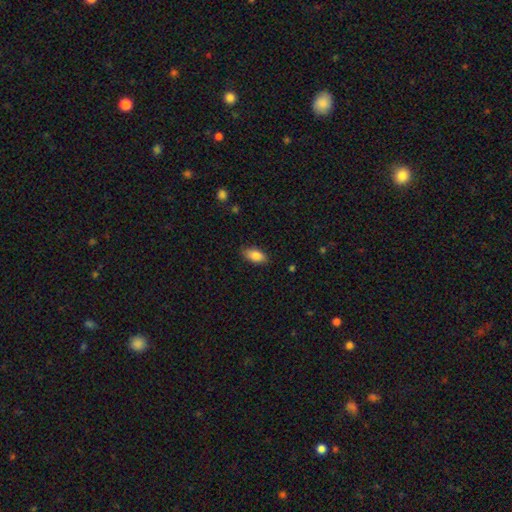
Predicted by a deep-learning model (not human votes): Smooth or featured: smooth — 85% (featured or disk — 8%)
How rounded: in between — 90% (cigar-shaped — 6%)
Merging: none — 82% (minor disturbance — 15%)